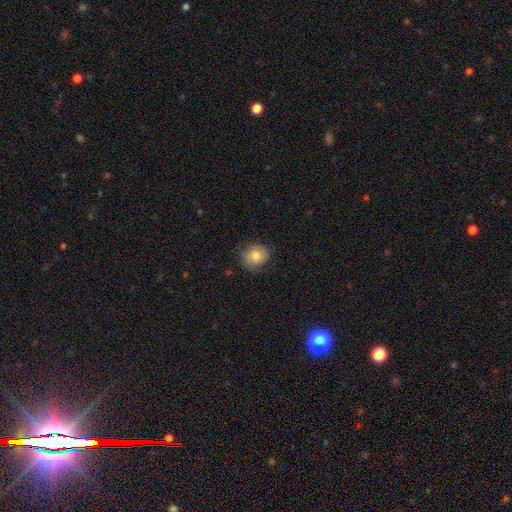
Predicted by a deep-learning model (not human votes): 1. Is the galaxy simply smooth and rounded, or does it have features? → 76% smooth, 16% featured or disk, 8% star or artifact.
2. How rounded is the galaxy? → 82% round, 17% in between, 1% cigar-shaped.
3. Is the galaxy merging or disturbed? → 74% none, 19% minor disturbance, 5% major disturbance, 1% merger.